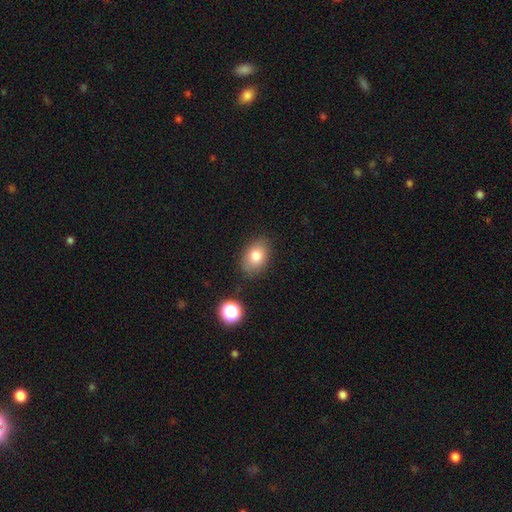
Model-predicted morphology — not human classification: Smooth or featured: smooth — 79% (featured or disk — 11%)
How rounded: in between — 79% (round — 20%)
Merging: none — 82% (minor disturbance — 13%)